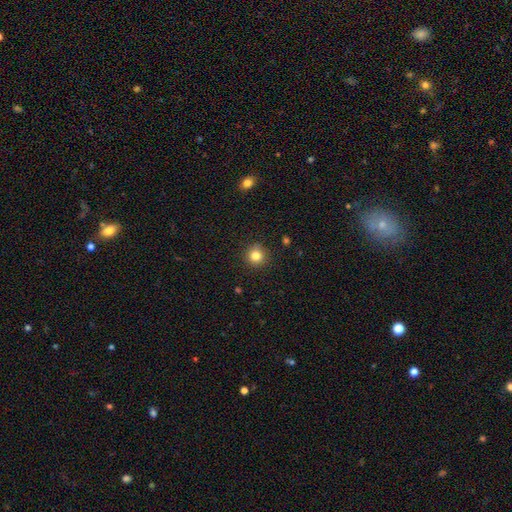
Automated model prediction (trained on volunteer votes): Morphology: type=smooth (82%); roundness=round (93%); merging=none (90%).